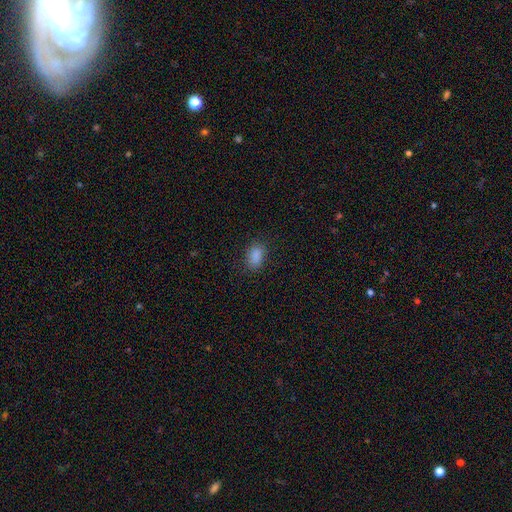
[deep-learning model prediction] Smooth or featured: smooth — 86% (star or artifact — 10%)
How rounded: in between — 88% (round — 10%)
Merging: none — 81% (minor disturbance — 14%)